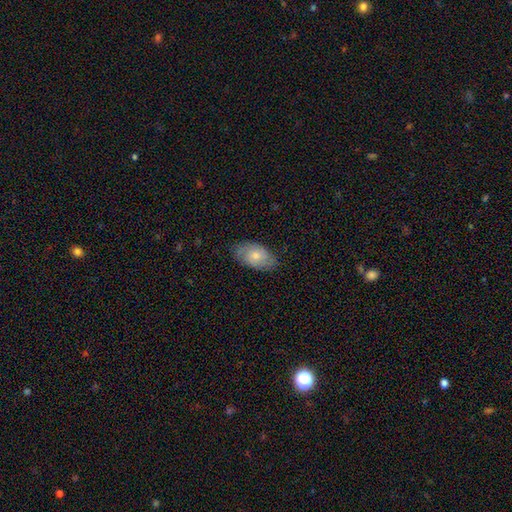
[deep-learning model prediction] The model was most divided on "smooth or featured": smooth: 62%, featured or disk: 31%, star or artifact: 6%. More confident: how rounded — in between (93%); merging — none (74%).